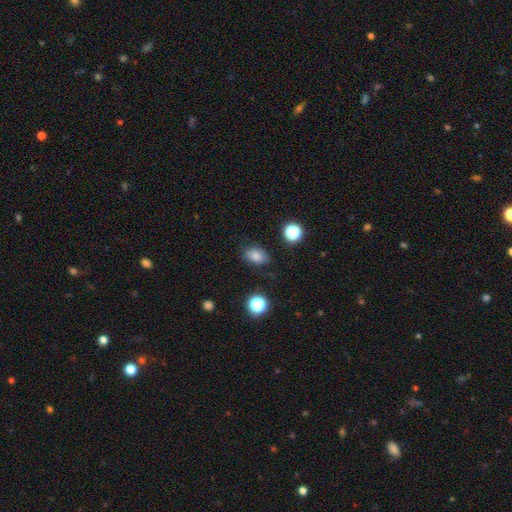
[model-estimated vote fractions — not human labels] Smooth or featured? smooth (80%)
How rounded? in between (79%)
Merging? none (80%)